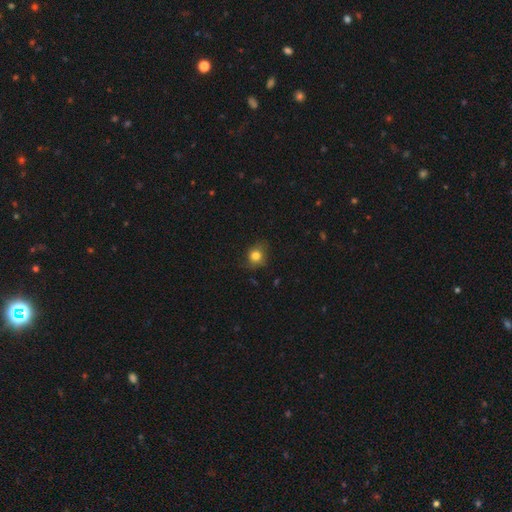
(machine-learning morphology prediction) Smooth or featured: smooth — 80% (star or artifact — 11%)
How rounded: round — 74% (in between — 25%)
Merging: none — 69% (minor disturbance — 23%)